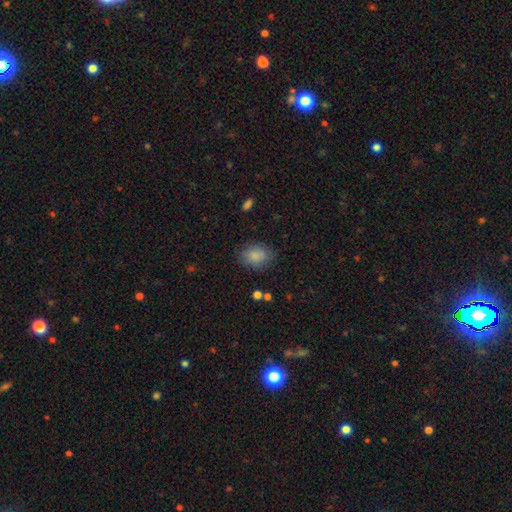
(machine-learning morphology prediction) Smooth or featured?
  - smooth: 86% *
  - star or artifact: 8%
  - featured or disk: 6%
How rounded?
  - in between: 68% *
  - round: 31%
  - cigar-shaped: 1%
Merging?
  - none: 79% *
  - minor disturbance: 14%
  - major disturbance: 5%
  - merger: 2%